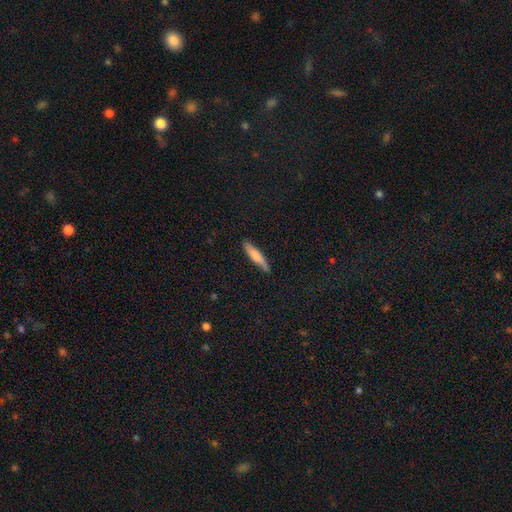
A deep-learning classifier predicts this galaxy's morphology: Smooth or featured?
  - smooth: 69% *
  - featured or disk: 25%
  - star or artifact: 6%
How rounded?
  - cigar-shaped: 86% *
  - in between: 13%
  - round: 1%
Merging?
  - none: 81% *
  - minor disturbance: 15%
  - major disturbance: 2%
  - merger: 1%